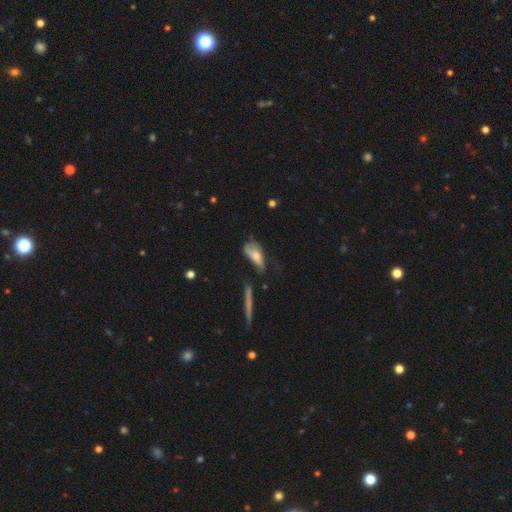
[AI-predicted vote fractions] This appears to be a smooth galaxy with no disk features (63%) that is in between round and cigar-shaped (78%). Merging: major disturbance (34%).